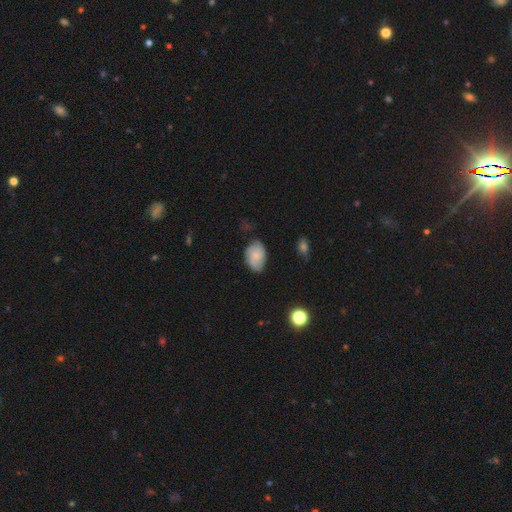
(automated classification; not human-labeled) The model was most divided on "smooth or featured": smooth: 52%, featured or disk: 41%, star or artifact: 8%. More confident: how rounded — in between (87%); merging — none (66%).